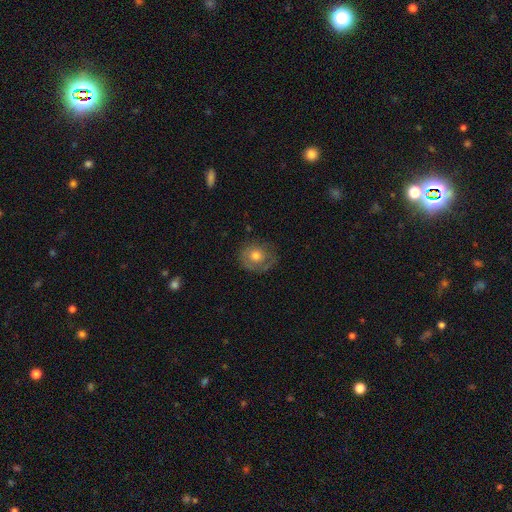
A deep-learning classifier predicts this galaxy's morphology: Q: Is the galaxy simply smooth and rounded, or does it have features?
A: smooth — 58%.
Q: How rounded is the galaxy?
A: round — 79%.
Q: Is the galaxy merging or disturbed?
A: none — 69%.